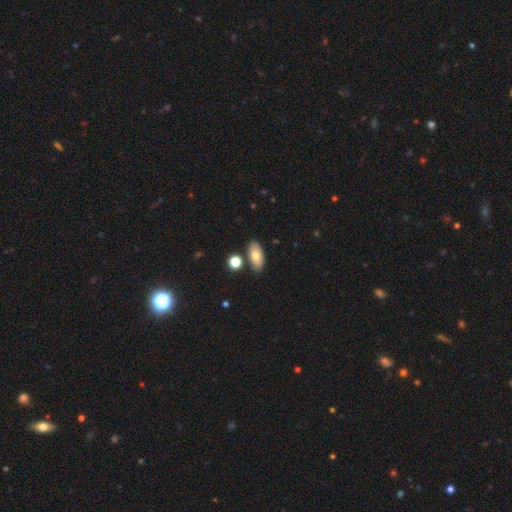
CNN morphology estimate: Smooth or featured?
  - smooth: 77% *
  - featured or disk: 16%
  - star or artifact: 7%
How rounded?
  - in between: 90% *
  - cigar-shaped: 6%
  - round: 4%
Merging?
  - none: 81% *
  - minor disturbance: 10%
  - merger: 6%
  - major disturbance: 2%